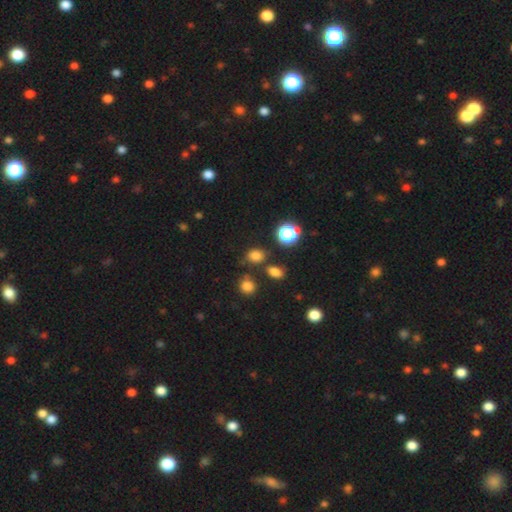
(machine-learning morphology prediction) Smooth or featured: smooth — 73% (star or artifact — 21%)
How rounded: round — 59% (in between — 40%)
Merging: none — 72% (minor disturbance — 14%)